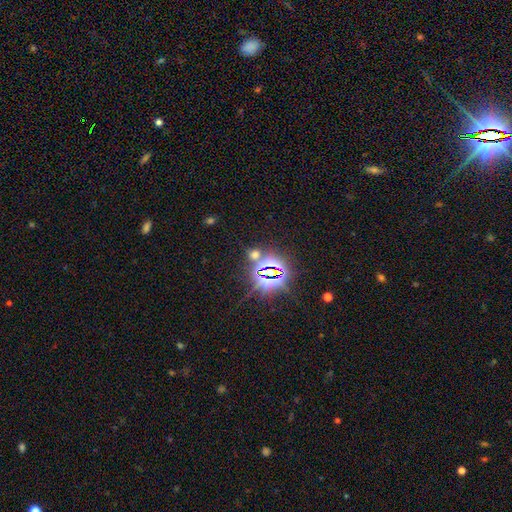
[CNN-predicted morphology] A star or artifact, not a galaxy (80%).

Vote fractions:
- Smooth or featured? star or artifact: 80% / smooth: 13% / featured or disk: 7%